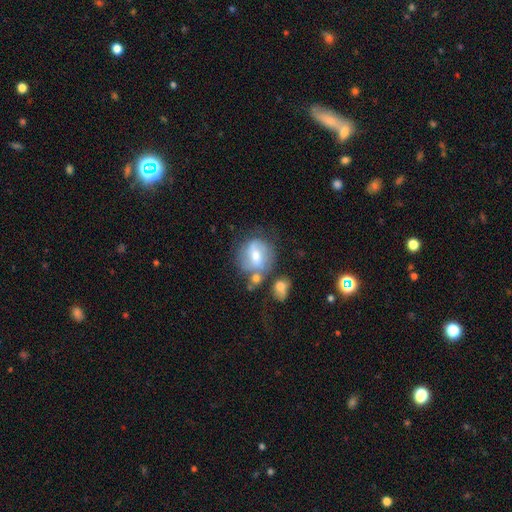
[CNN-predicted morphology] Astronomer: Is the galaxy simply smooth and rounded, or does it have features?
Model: smooth — 47% (runner-up: featured or disk, 44%).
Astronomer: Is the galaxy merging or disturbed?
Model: none — 48%.